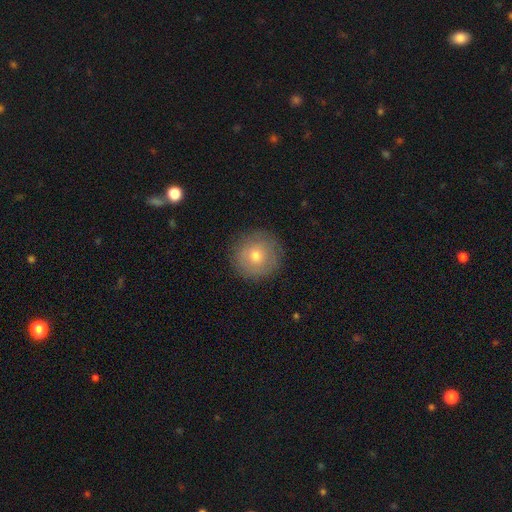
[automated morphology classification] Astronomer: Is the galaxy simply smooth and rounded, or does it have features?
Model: smooth — 69%.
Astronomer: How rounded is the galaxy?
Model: round — 95%.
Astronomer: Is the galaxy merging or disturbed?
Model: none — 87%.